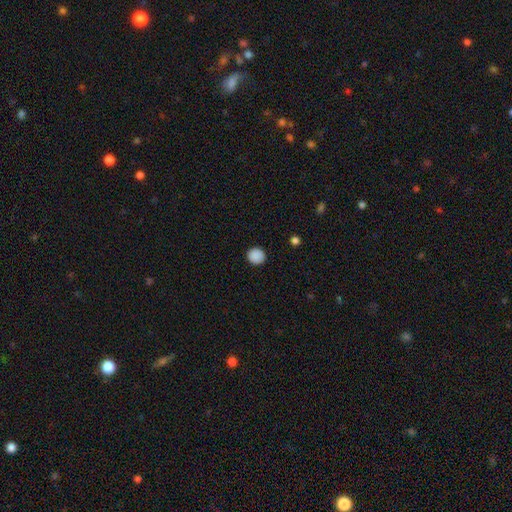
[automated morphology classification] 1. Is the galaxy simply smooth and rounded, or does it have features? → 89% smooth, 9% star or artifact, 3% featured or disk.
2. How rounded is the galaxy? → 92% round, 7% in between, 1% cigar-shaped.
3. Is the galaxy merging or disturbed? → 90% none, 7% minor disturbance, 2% major disturbance, 1% merger.